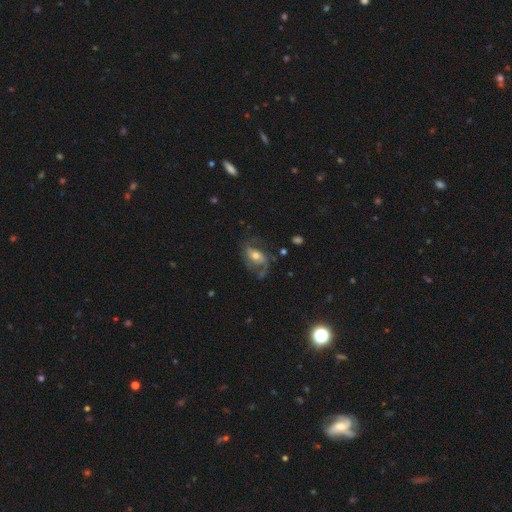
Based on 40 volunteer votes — smooth-or-featured: featured or disk: 68% | smooth: 20% | star or artifact: 12%
  disk-edge-on: no: 100% | yes: 0%
    bar: no: 70% | weak: 19% | strong: 11%
    has-spiral-arms: yes: 96% | no: 4%
      spiral-winding: loose: 65% | medium: 35% | tight: 0%
      spiral-arm-count: 2: 65% | 1: 23% | can't tell: 8% | 3: 4% | 4: 0% | more than 4: 0%
    bulge-size: moderate: 81% | small: 15% | large: 4% | dominant: 0% | none: 0%
  merging: none: 49% | minor disturbance: 31% | major disturbance: 20% | merger: 0%